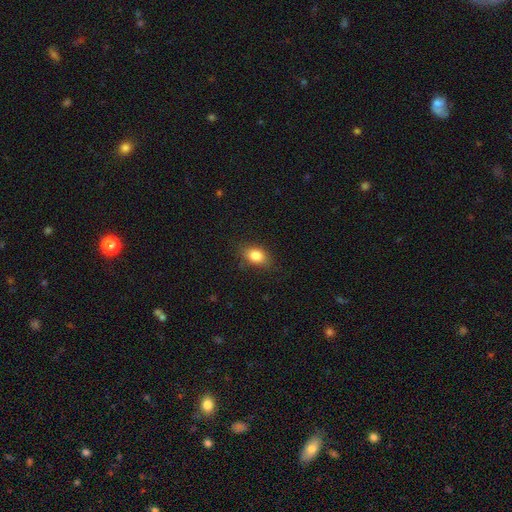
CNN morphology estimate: Smooth or featured? smooth (83%)
How rounded? in between (80%)
Merging? none (81%)